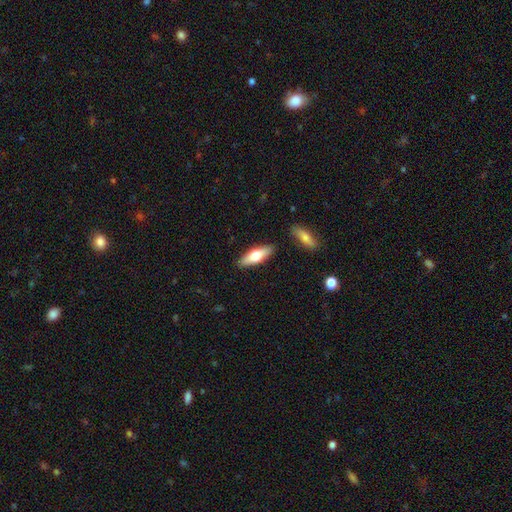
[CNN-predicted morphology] Q: Smooth or featured?
A: smooth (62%); runner-up: featured or disk (33%)
Q: How rounded?
A: in between (54%); runner-up: cigar-shaped (43%)
Q: Merging?
A: none (86%); runner-up: minor disturbance (9%)